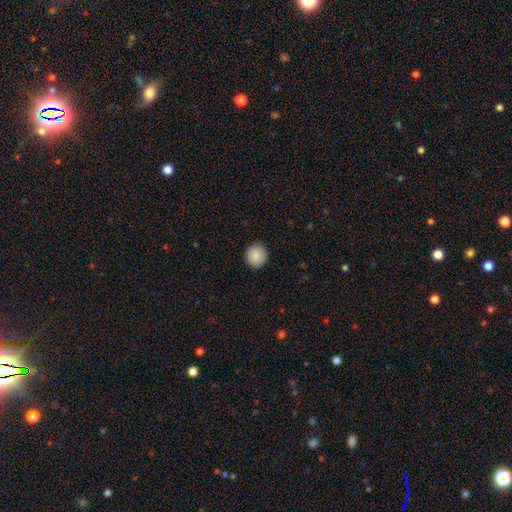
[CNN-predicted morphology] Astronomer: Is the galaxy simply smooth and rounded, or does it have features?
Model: smooth — 89%.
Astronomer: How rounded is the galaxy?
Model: round — 91%.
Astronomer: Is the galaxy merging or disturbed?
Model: none — 91%.